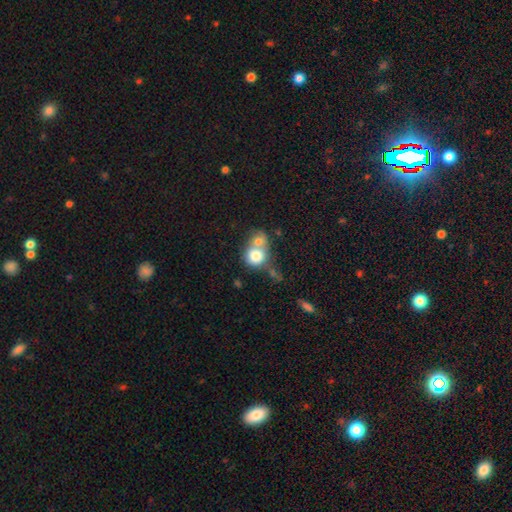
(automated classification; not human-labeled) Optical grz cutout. It shows a smooth galaxy with no disk features (76%) that is round (72%). Merging: merger (67%).